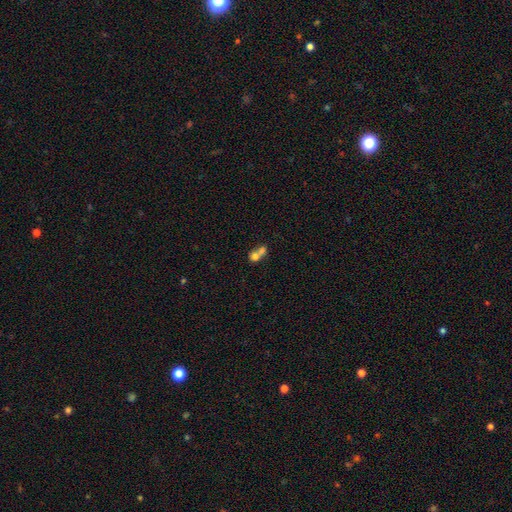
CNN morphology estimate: The model was most divided on "how rounded": round: 66%, in between: 32%, cigar-shaped: 2%. More confident: merging — merger (73%); smooth or featured — smooth (70%).